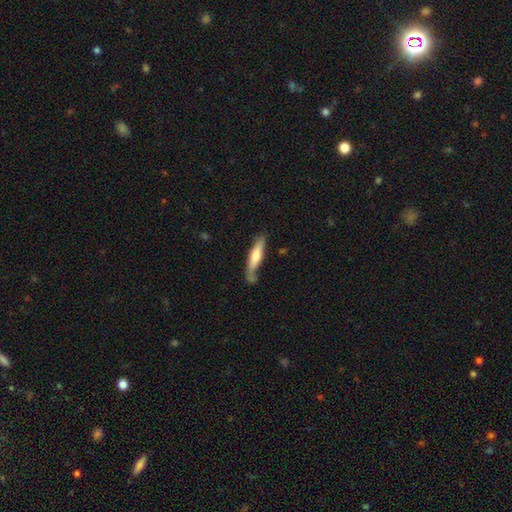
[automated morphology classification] smooth 60%, featured or disk 34%, star or artifact 5%. Down the decision tree: how rounded — cigar-shaped (82%); merging — none (62%).